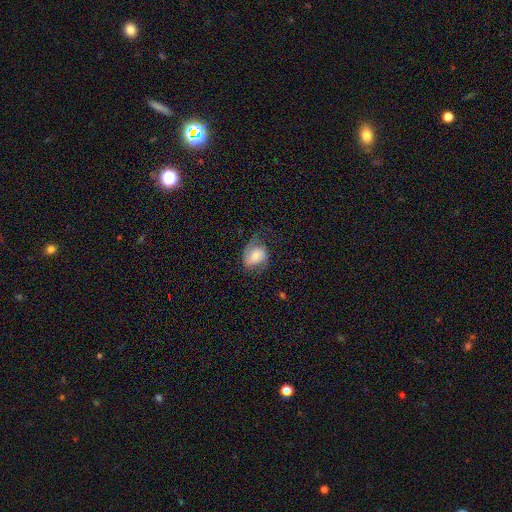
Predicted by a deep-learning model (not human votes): Smooth or featured? featured or disk (48%)
Merging? none (48%)